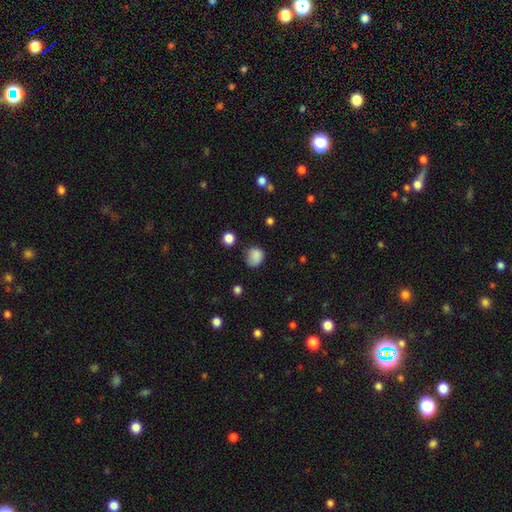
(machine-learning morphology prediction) A smooth galaxy with no disk features (84%) that is round (69%). Merging: none (62%).